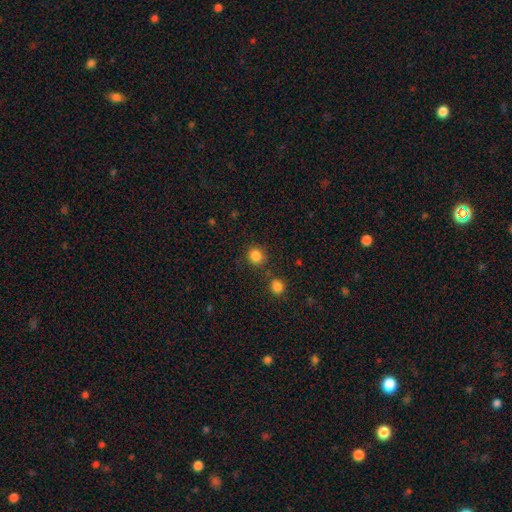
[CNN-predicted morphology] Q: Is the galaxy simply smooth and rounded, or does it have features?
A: smooth — 85%.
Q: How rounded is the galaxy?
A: round — 85%.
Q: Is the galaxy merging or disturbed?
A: none — 81%.